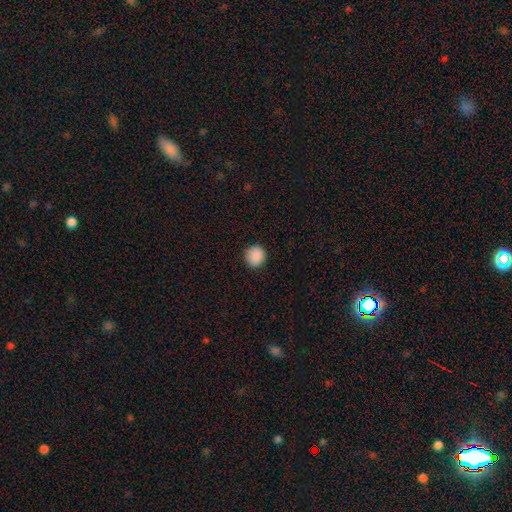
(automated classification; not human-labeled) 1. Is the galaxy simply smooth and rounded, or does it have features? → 87% smooth, 8% star or artifact, 4% featured or disk.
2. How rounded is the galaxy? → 92% round, 7% in between, 1% cigar-shaped.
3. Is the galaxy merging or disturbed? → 89% none, 8% minor disturbance, 2% major disturbance, 1% merger.